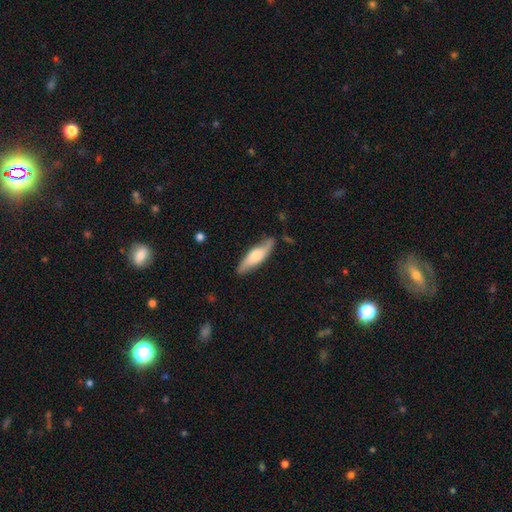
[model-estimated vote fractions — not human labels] Morphology: type=smooth (48%); merging=none (80%).